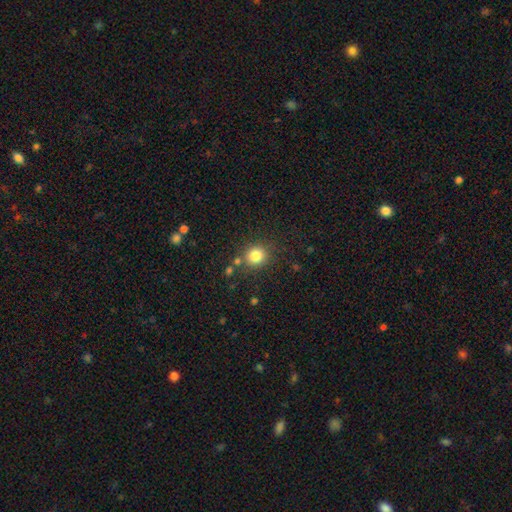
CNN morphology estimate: Smooth or featured: smooth — 82% (star or artifact — 12%)
How rounded: round — 86% (in between — 13%)
Merging: none — 80% (minor disturbance — 10%)